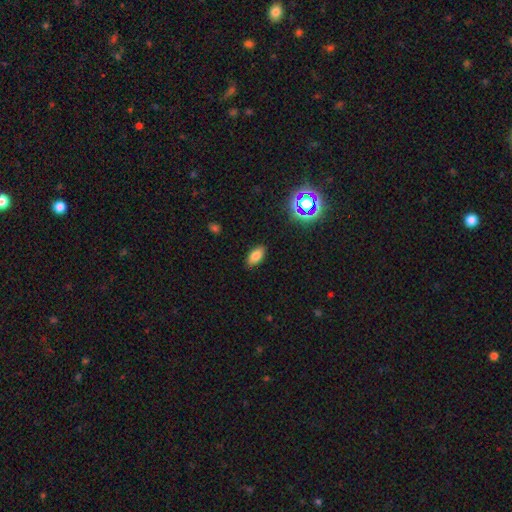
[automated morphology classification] This appears to be a smooth galaxy with no disk features (79%) that is in between round and cigar-shaped (91%). Merging: none (88%).